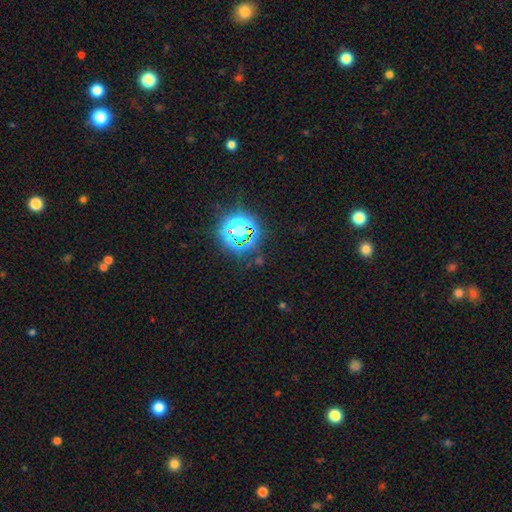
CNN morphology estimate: This appears to be a star or artifact, not a galaxy (79%).